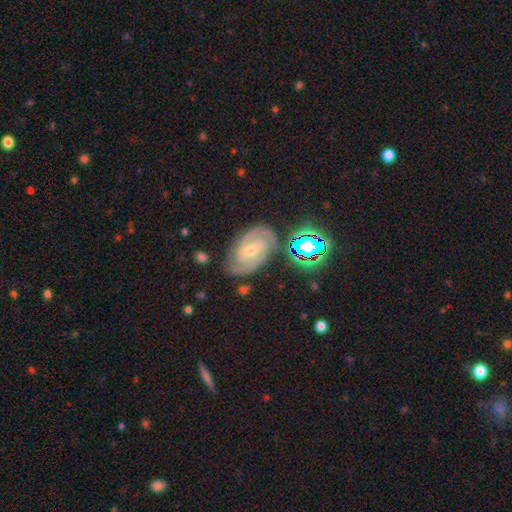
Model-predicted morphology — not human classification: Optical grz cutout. It shows a featured or disk galaxy (76%) with a weak bar (45%), 2 (74%) tight (63%) spiral arms (96%) and a small central bulge (59%). Merging: none (79%).